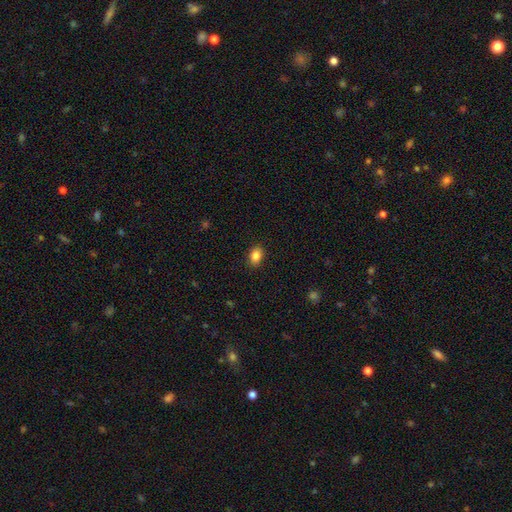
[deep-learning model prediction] Smooth or featured: smooth — 85% (star or artifact — 9%)
How rounded: in between — 76% (round — 23%)
Merging: none — 88% (minor disturbance — 9%)